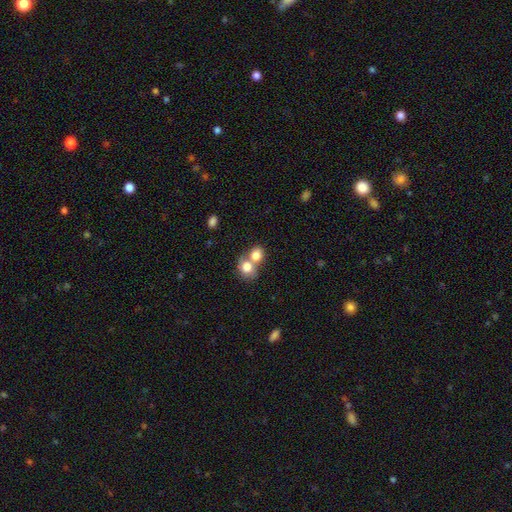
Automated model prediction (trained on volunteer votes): Q: Smooth or featured?
A: smooth (78%); runner-up: featured or disk (13%)
Q: How rounded?
A: round (67%); runner-up: in between (32%)
Q: Merging?
A: merger (62%); runner-up: none (28%)